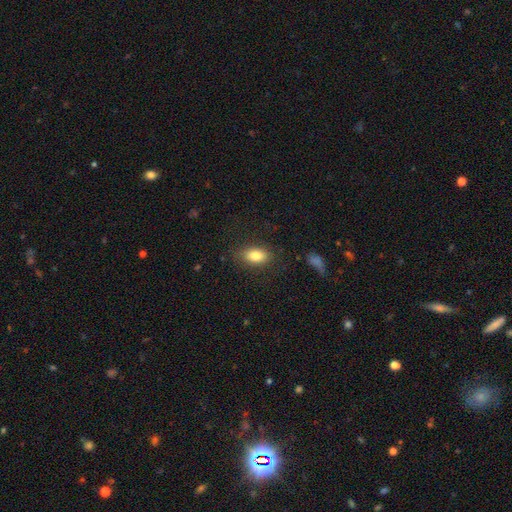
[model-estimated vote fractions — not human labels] smooth 82%, featured or disk 10%, star or artifact 8%. Down the decision tree: how rounded — in between (88%); merging — none (82%).